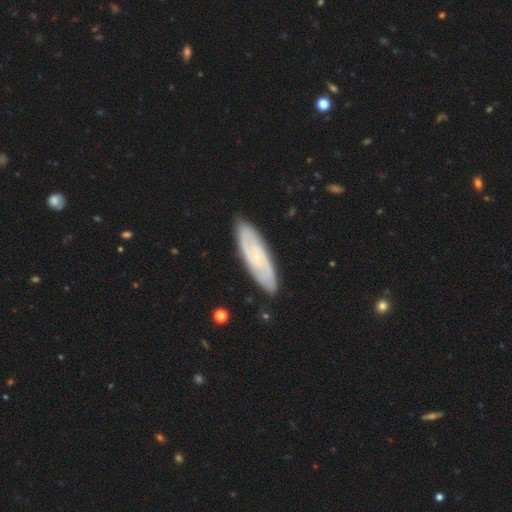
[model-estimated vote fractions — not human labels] Smooth or featured: featured or disk — 66% (smooth — 28%)
Edge-on disk: no — 80% (yes — 20%)
Bar: no — 69% (weak — 26%)
Spiral arms: yes — 88% (no — 12%)
Bulge size: small — 80% (moderate — 12%)
Merging: none — 86% (minor disturbance — 11%)